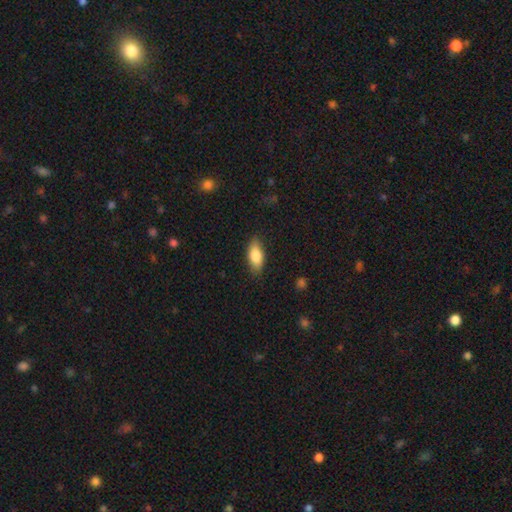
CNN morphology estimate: This is likely a smooth galaxy (80%). How rounded: clearly in between (82%). Merging: clearly none (83%).